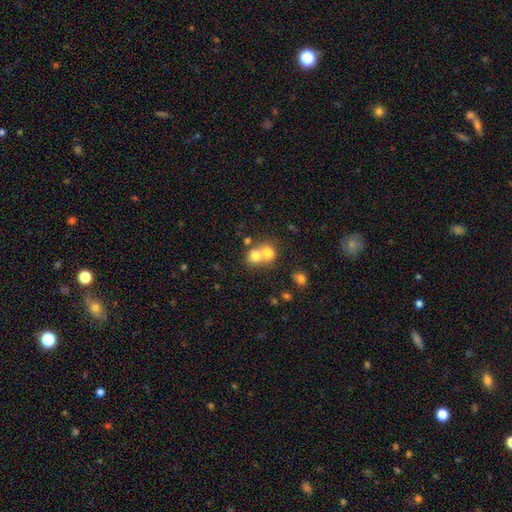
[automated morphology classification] Smooth or featured? Predicted: smooth (p=0.73). How rounded? Predicted: round (p=0.76). Merging? Predicted: merger (p=0.64).